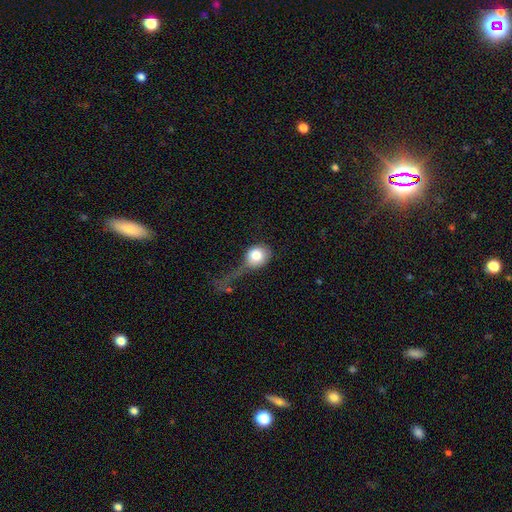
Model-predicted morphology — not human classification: This is likely a smooth galaxy (78%). How rounded: likely round (68%). Merging: possibly major disturbance (50%).